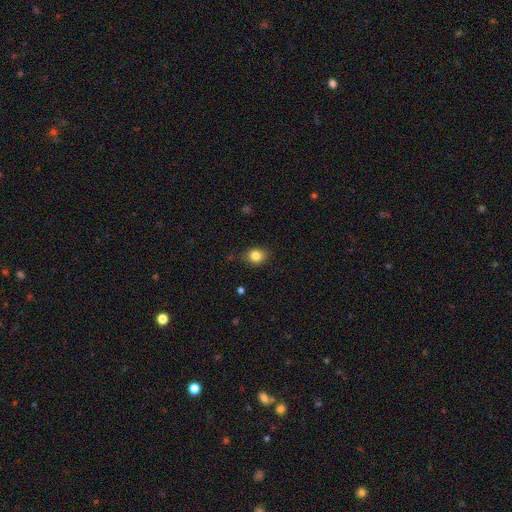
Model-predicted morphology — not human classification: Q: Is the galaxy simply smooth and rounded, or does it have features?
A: smooth — 83%.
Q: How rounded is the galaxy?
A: round — 67%.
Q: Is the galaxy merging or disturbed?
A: none — 82%.